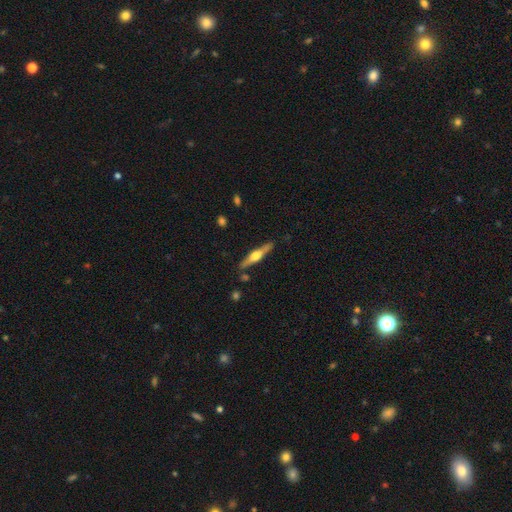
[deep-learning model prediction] The model was most divided on "smooth or featured": featured or disk: 70%, smooth: 25%, star or artifact: 5%. More confident: edge-on disk — yes (97%); edge-on bulge — rounded (93%); merging — none (87%).